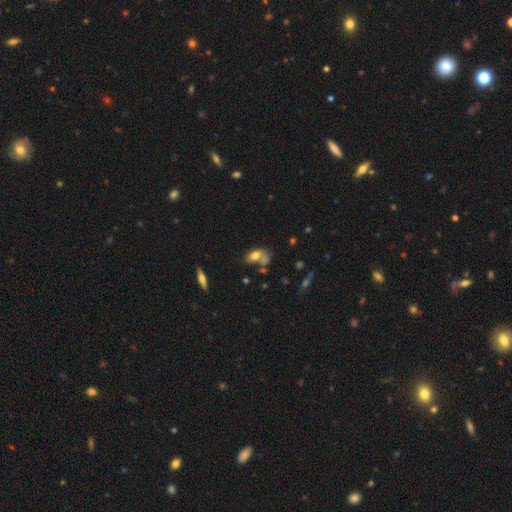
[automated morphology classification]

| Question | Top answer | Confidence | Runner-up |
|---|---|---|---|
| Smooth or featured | smooth | 68% | featured or disk (21%) |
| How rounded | in between | 86% | round (7%) |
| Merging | none | 42% | merger (27%) |